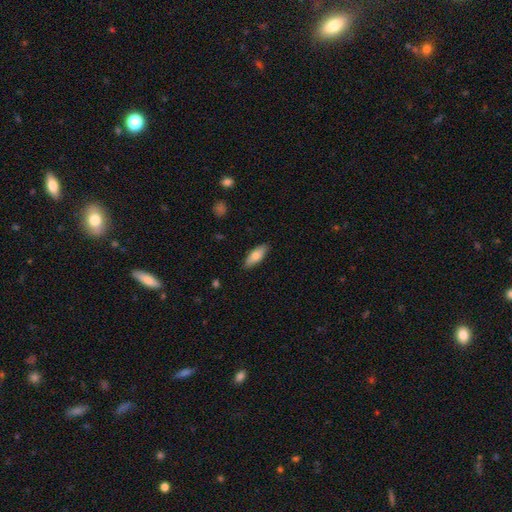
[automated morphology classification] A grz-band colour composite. It shows a smooth galaxy with no disk features (75%) that is in between round and cigar-shaped (66%). Merging: none (87%).